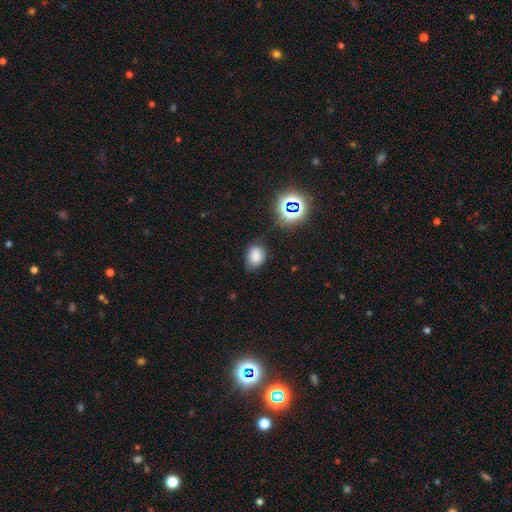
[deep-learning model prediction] Morphology: type=smooth (76%); roundness=in between (64%); merging=none (68%).